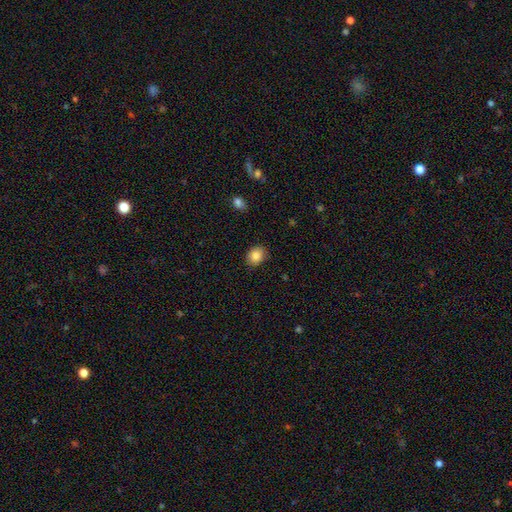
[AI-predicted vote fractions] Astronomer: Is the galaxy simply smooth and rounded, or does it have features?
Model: smooth — 85%.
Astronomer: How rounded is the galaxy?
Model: in between — 50% (runner-up: round, 49%).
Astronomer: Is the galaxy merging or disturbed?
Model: none — 86%.